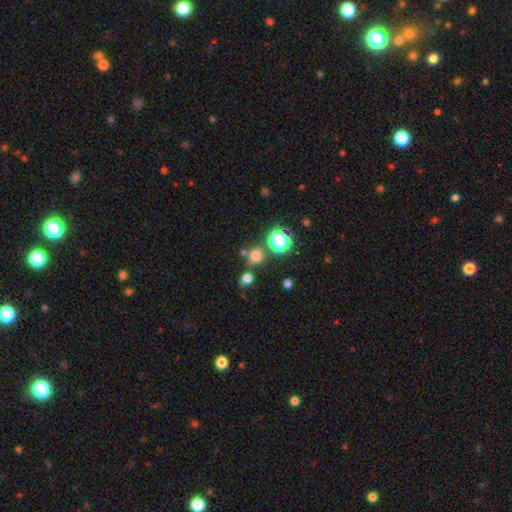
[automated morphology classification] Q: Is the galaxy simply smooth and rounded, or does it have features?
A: smooth — 67%.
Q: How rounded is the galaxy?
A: round — 85%.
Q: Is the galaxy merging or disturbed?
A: none — 71%.